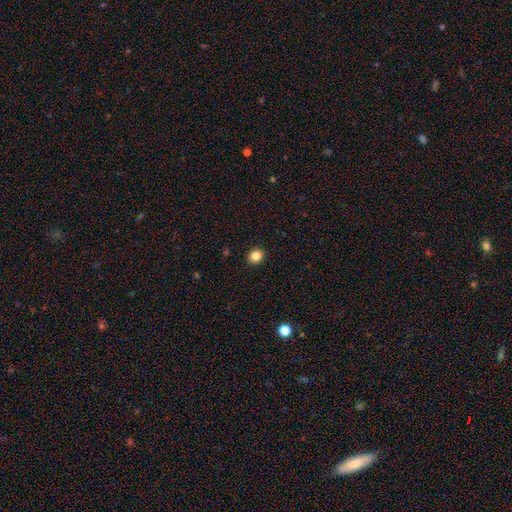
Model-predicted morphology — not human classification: This is clearly a smooth galaxy (83%). How rounded: likely round (76%). Merging: clearly none (92%).